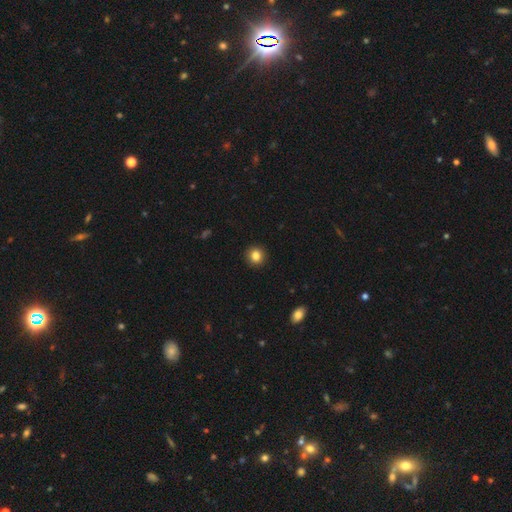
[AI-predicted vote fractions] This is clearly a smooth galaxy (85%). How rounded: clearly round (93%). Merging: clearly none (92%).